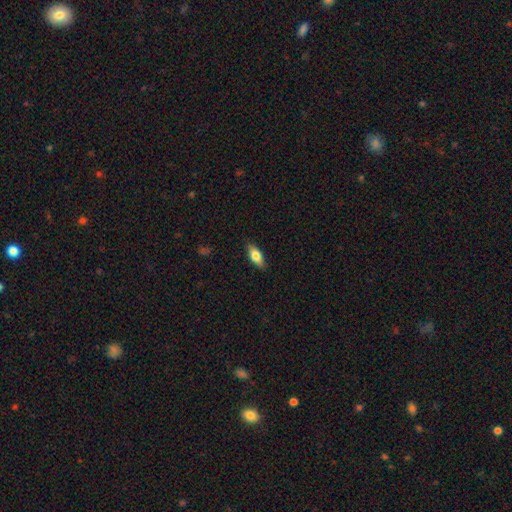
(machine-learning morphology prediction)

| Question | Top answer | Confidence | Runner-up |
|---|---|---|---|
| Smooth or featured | smooth | 74% | featured or disk (20%) |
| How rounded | in between | 78% | cigar-shaped (19%) |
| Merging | none | 86% | minor disturbance (11%) |